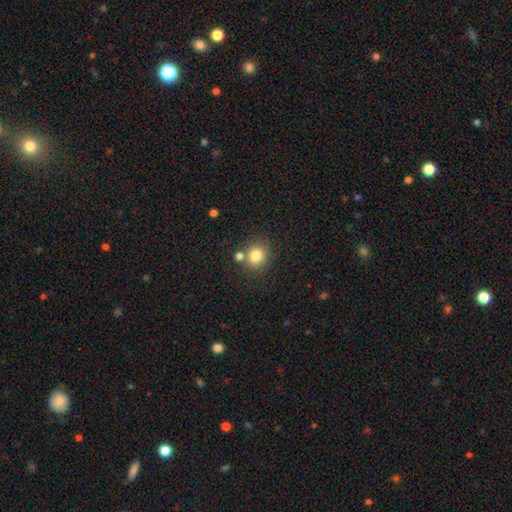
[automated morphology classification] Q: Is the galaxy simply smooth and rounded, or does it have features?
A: smooth — 80%.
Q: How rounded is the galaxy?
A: round — 86%.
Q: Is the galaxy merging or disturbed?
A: none — 72%.